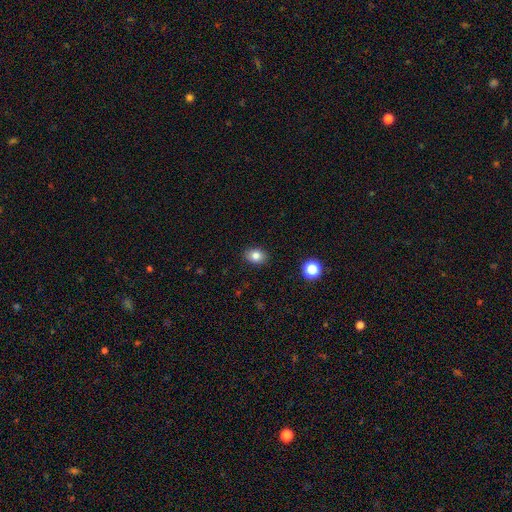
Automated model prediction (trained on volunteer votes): Overall: smooth (83%). How rounded: in between (61%; round 38%). Merging: none (88%).